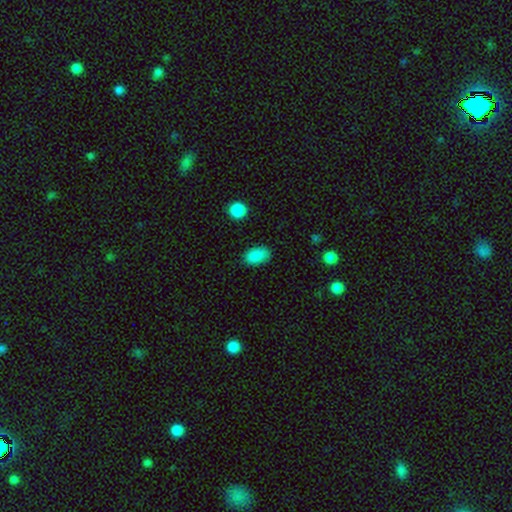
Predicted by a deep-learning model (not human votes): Smooth or featured: smooth — 88% (star or artifact — 9%)
How rounded: in between — 91% (round — 8%)
Merging: none — 82% (minor disturbance — 13%)